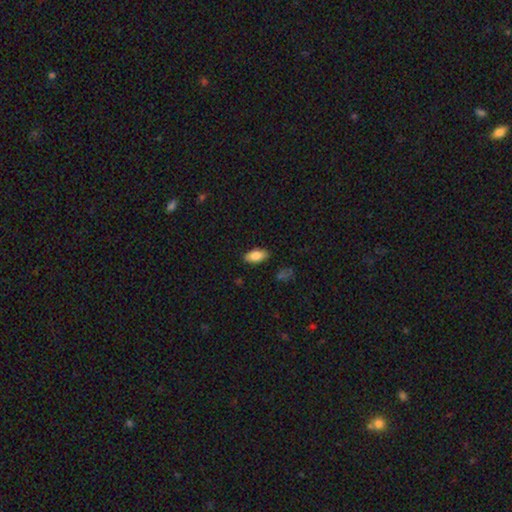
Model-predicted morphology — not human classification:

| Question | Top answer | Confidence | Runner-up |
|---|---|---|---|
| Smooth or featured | smooth | 85% | featured or disk (8%) |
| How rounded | in between | 90% | cigar-shaped (7%) |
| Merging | none | 86% | minor disturbance (10%) |